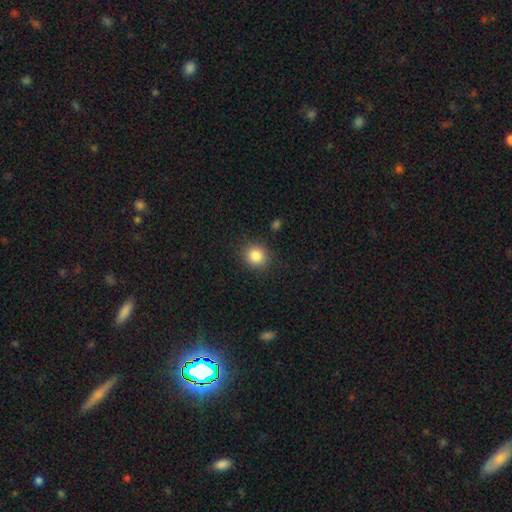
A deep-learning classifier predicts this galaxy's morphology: Smooth or featured? smooth (85%)
How rounded? round (85%)
Merging? none (87%)